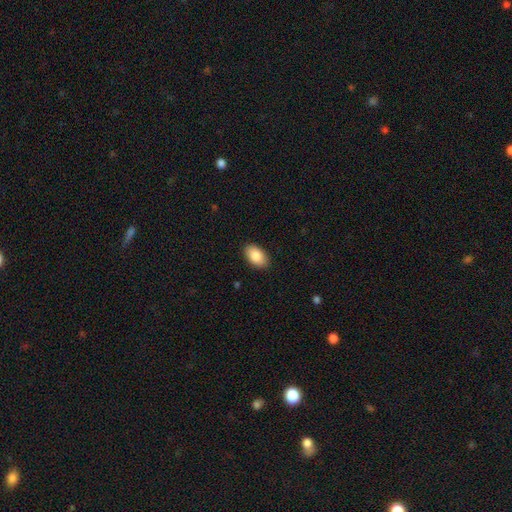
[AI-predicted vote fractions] Smooth or featured: smooth — 86% (featured or disk — 7%)
How rounded: in between — 93% (round — 6%)
Merging: none — 89% (minor disturbance — 8%)